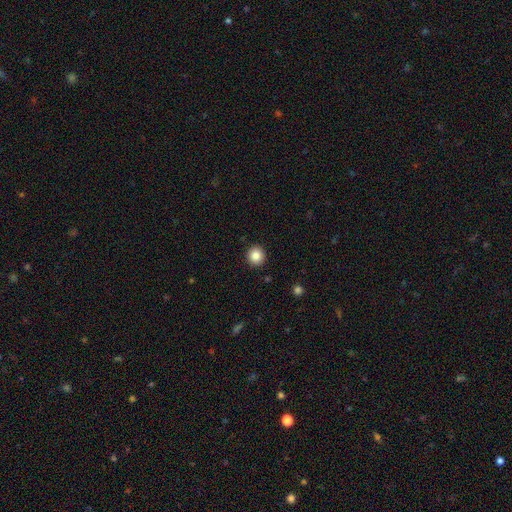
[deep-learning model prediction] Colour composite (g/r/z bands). It shows a smooth galaxy with no disk features (85%) that is round (93%). Merging: none (92%).